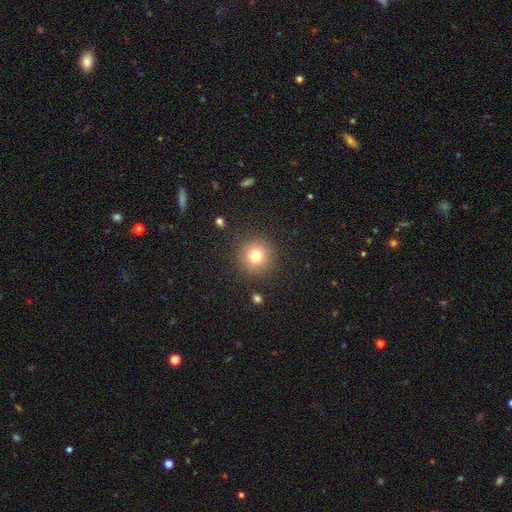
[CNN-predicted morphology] type=smooth (78%); roundness=round (95%); merging=none (89%).